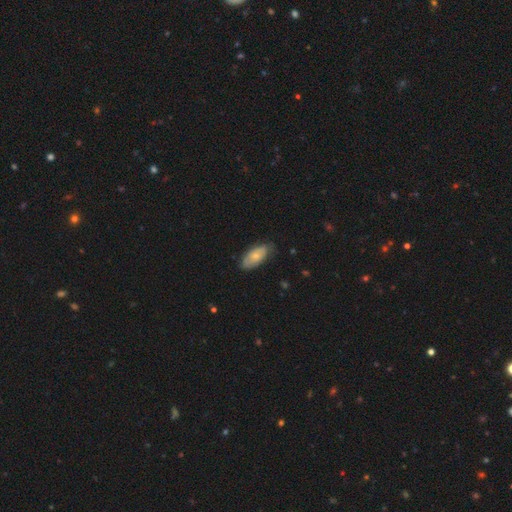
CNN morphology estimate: Smooth or featured?
  - smooth: 64% *
  - featured or disk: 30%
  - star or artifact: 6%
How rounded?
  - in between: 91% *
  - cigar-shaped: 6%
  - round: 3%
Merging?
  - none: 68% *
  - minor disturbance: 26%
  - major disturbance: 5%
  - merger: 1%